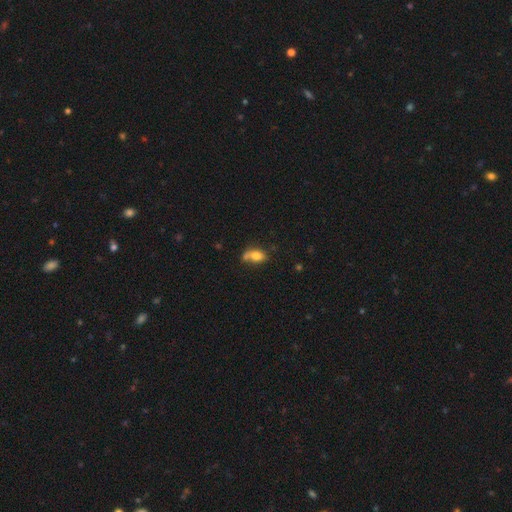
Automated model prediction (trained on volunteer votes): smooth-or-featured: smooth: 77% | featured or disk: 14% | star or artifact: 9%
  how-rounded: in between: 81% | round: 15% | cigar-shaped: 4%
  merging: none: 40% | merger: 26% | minor disturbance: 23% | major disturbance: 11%